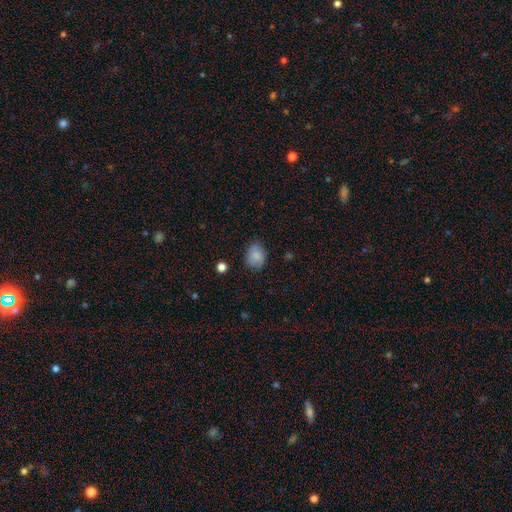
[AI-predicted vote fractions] Smooth or featured? smooth (80%)
How rounded? in between (57%)
Merging? none (71%)